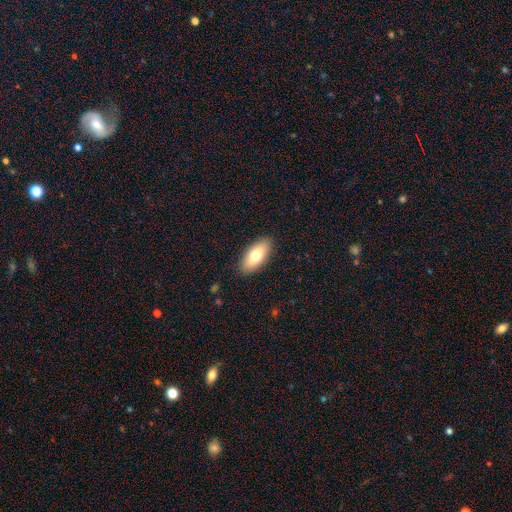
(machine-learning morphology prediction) Smooth or featured?
  - smooth: 73% *
  - featured or disk: 20%
  - star or artifact: 6%
How rounded?
  - in between: 85% *
  - cigar-shaped: 12%
  - round: 3%
Merging?
  - none: 89% *
  - minor disturbance: 8%
  - major disturbance: 2%
  - merger: 1%